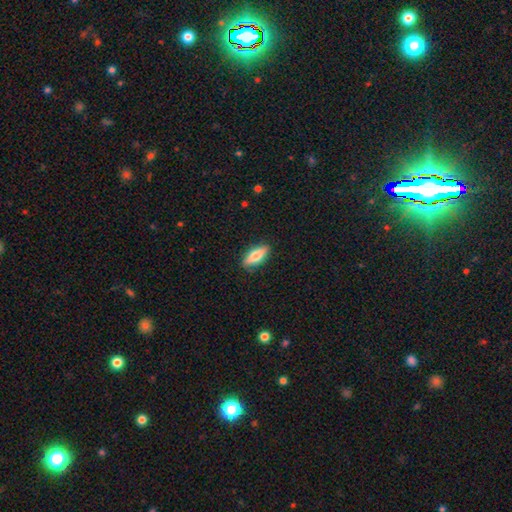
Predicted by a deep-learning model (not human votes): Q: Smooth or featured?
A: smooth (63%); runner-up: featured or disk (31%)
Q: How rounded?
A: in between (61%); runner-up: cigar-shaped (36%)
Q: Merging?
A: none (87%); runner-up: minor disturbance (10%)